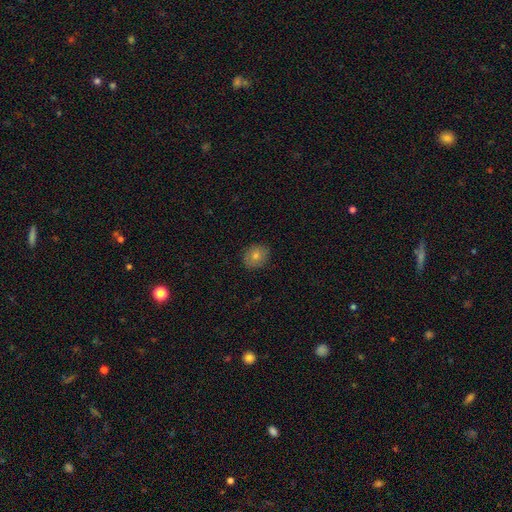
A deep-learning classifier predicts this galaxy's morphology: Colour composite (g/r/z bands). It shows a smooth galaxy with no disk features (70%) that is round (70%). Merging: none (87%).